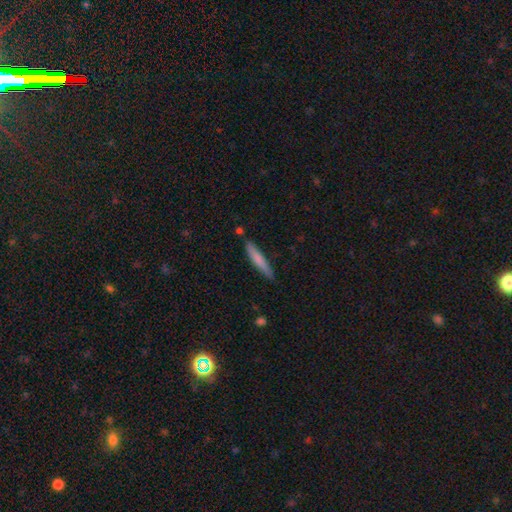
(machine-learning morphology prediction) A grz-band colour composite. It shows a smooth galaxy with no disk features (72%) that is cigar-shaped (93%). Merging: none (84%).